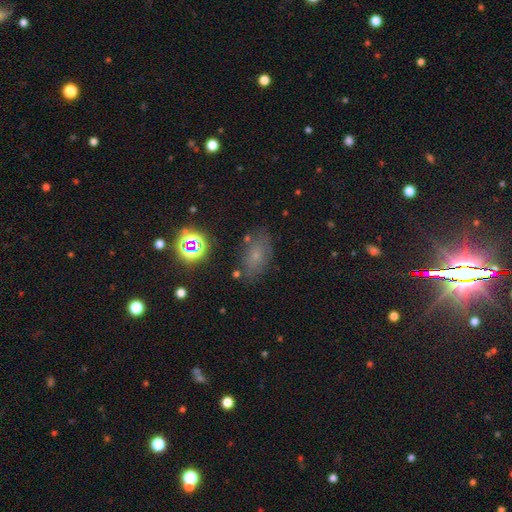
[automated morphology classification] This is possibly a smooth galaxy (57%). How rounded: clearly in between (84%). Merging: likely none (75%).